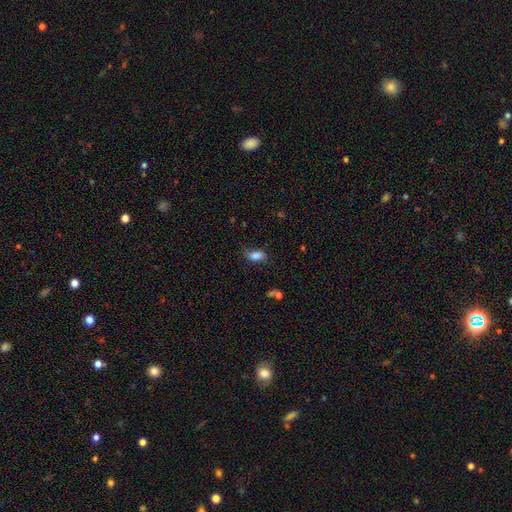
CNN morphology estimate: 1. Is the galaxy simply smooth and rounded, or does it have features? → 82% smooth, 9% star or artifact, 9% featured or disk.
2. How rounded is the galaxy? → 88% in between, 8% round, 4% cigar-shaped.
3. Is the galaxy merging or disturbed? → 58% none, 29% minor disturbance, 11% major disturbance, 2% merger.